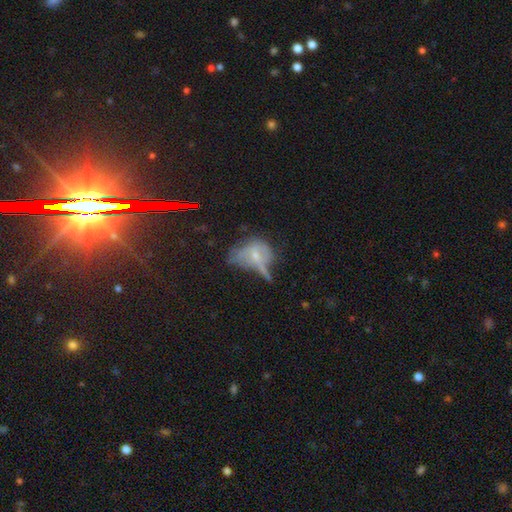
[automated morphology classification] smooth-or-featured: featured or disk: 42% | smooth: 39% | star or artifact: 20%
  merging: major disturbance: 35% | none: 28% | minor disturbance: 23% | merger: 14%